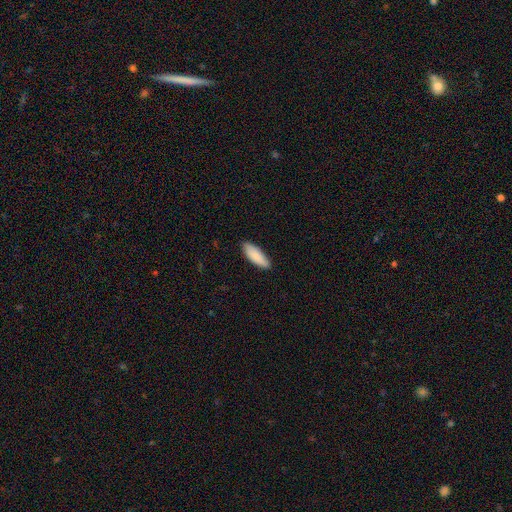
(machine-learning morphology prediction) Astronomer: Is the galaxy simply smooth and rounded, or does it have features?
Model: smooth — 89%.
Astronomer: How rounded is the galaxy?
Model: in between — 64%.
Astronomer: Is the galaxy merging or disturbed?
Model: none — 86%.